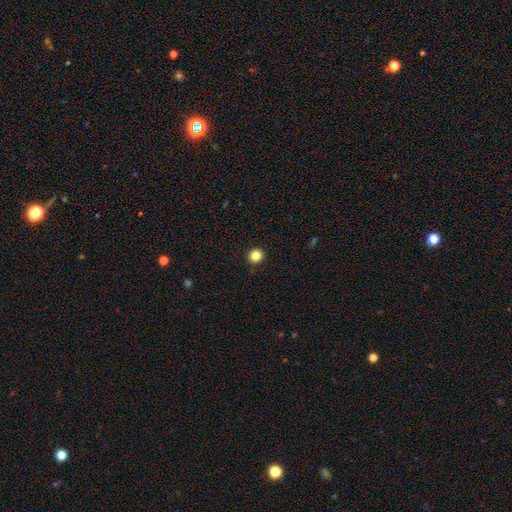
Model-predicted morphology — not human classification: The model was most divided on "smooth or featured": smooth: 84%, star or artifact: 11%, featured or disk: 4%. More confident: merging — none (92%); how rounded — round (87%).